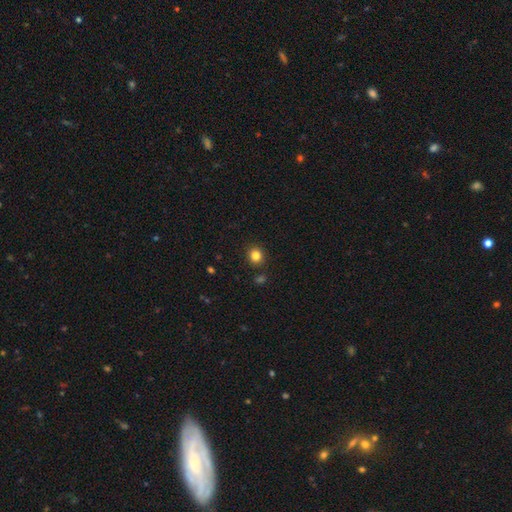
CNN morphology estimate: A smooth galaxy with no disk features (82%) that is round (86%).

Vote fractions:
- Smooth or featured? smooth: 82% / star or artifact: 13% / featured or disk: 5%
- How rounded? round: 86% / in between: 14% / cigar-shaped: 1%
- Merging? none: 89% / minor disturbance: 7% / merger: 3% / major disturbance: 2%